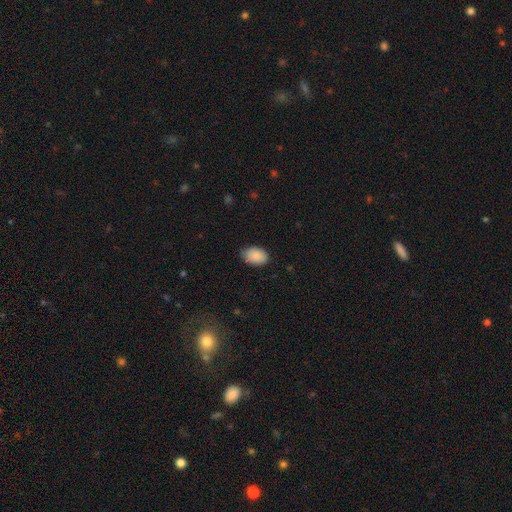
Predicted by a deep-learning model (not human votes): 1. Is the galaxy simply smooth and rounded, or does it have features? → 88% smooth, 7% star or artifact, 5% featured or disk.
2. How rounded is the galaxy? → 86% in between, 13% round, 1% cigar-shaped.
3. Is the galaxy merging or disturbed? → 75% none, 21% minor disturbance, 3% major disturbance, 1% merger.